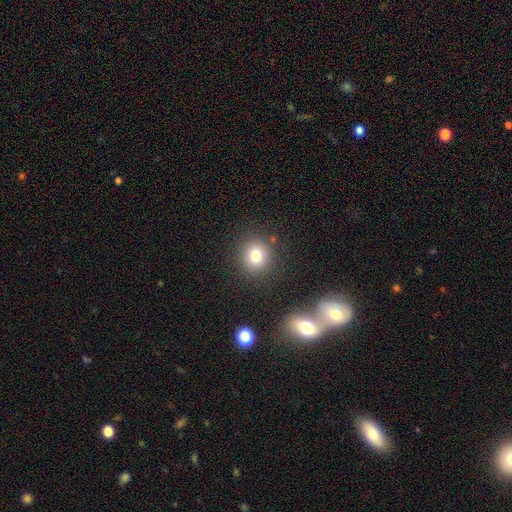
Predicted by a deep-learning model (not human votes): Smooth or featured? smooth (78%)
How rounded? round (88%)
Merging? none (86%)